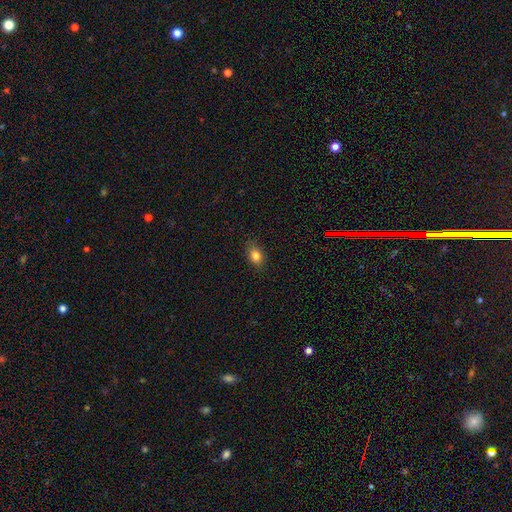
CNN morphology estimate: The model was most divided on "how rounded": in between: 76%, round: 22%, cigar-shaped: 2%. More confident: merging — none (85%); smooth or featured — smooth (82%).